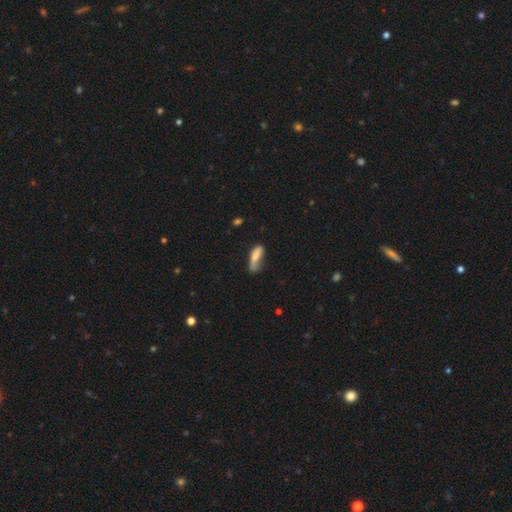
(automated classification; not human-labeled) smooth-or-featured: smooth: 77% | featured or disk: 15% | star or artifact: 8%
  how-rounded: cigar-shaped: 50% | in between: 48% | round: 2%
  merging: none: 42% | minor disturbance: 33% | major disturbance: 18% | merger: 7%